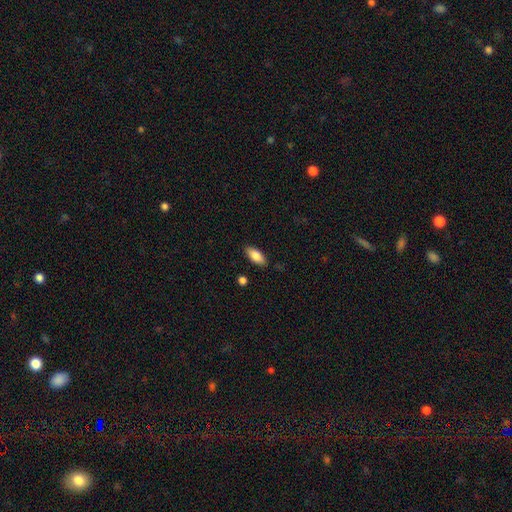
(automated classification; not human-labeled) A smooth galaxy with no disk features (82%) that is in between round and cigar-shaped (84%).

Vote fractions:
- Smooth or featured? smooth: 82% / featured or disk: 11% / star or artifact: 7%
- How rounded? in between: 84% / cigar-shaped: 14% / round: 2%
- Merging? none: 86% / minor disturbance: 10% / major disturbance: 2% / merger: 2%